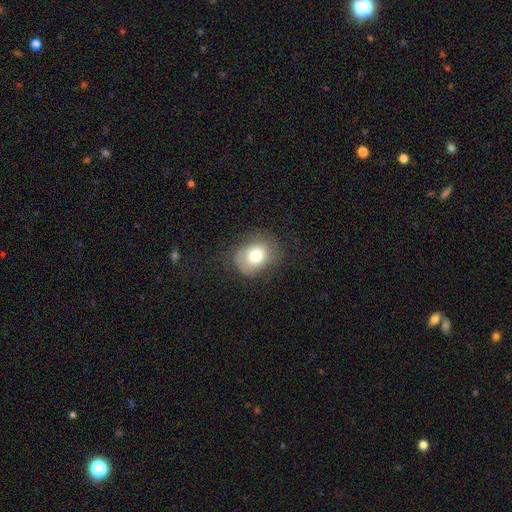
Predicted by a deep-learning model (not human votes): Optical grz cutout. It shows a smooth galaxy with no disk features (76%) that is round (51%). Merging: none (69%).